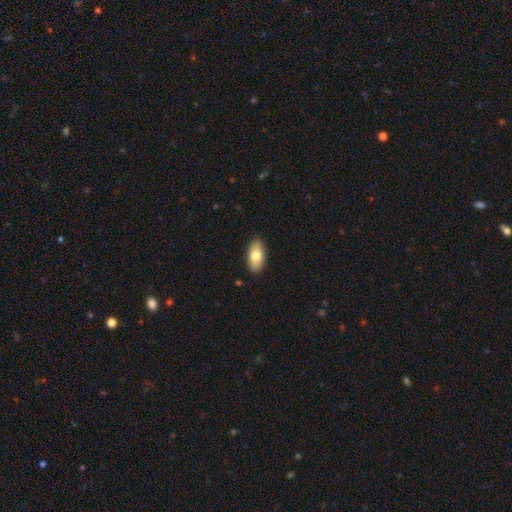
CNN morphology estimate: type=smooth (75%); roundness=in between (92%); merging=none (89%).